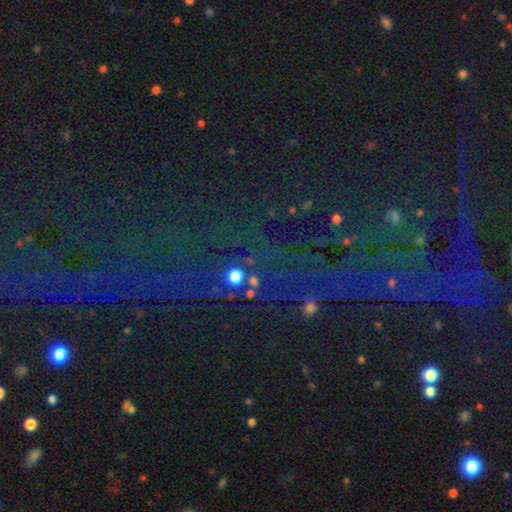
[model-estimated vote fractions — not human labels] smooth-or-featured: star or artifact: 77% | smooth: 13% | featured or disk: 10%